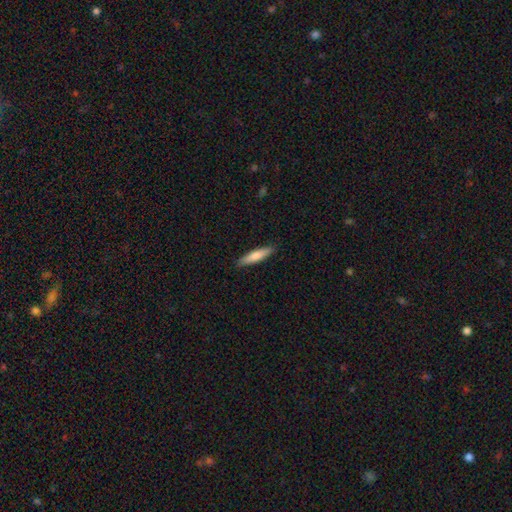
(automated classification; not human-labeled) Morphology: type=smooth (77%); roundness=cigar-shaped (83%); merging=none (90%).